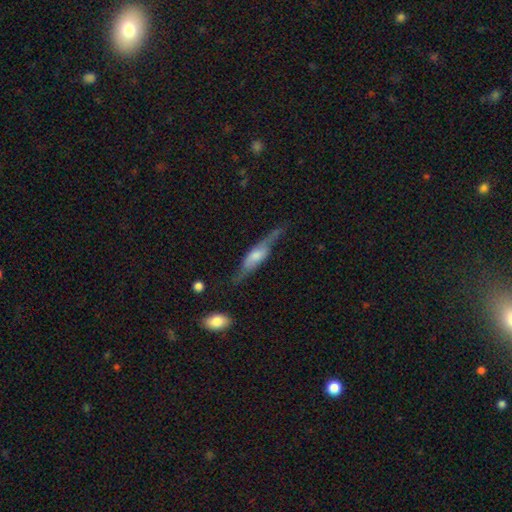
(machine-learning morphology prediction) type=featured or disk (65%); edge-on=yes (76%); merging=none (64%).